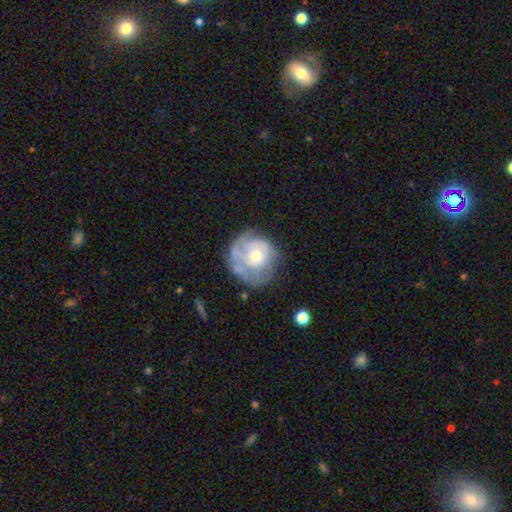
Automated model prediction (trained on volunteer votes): Q: Smooth or featured?
A: featured or disk (62%); runner-up: smooth (31%)
Q: Edge-on disk?
A: no (98%); runner-up: yes (2%)
Q: Bar?
A: no (85%); runner-up: weak (13%)
Q: Spiral arms?
A: yes (57%); runner-up: no (43%)
Q: Bulge size?
A: small (48%); runner-up: moderate (45%)
Q: Merging?
A: none (54%); runner-up: minor disturbance (24%)